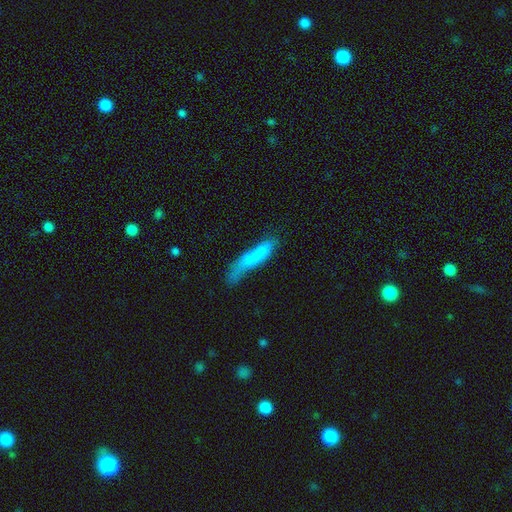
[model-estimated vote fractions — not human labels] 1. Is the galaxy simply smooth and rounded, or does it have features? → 69% smooth, 23% featured or disk, 8% star or artifact.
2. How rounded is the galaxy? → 82% cigar-shaped, 16% in between, 2% round.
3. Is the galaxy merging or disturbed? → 39% none, 29% minor disturbance, 22% major disturbance, 10% merger.